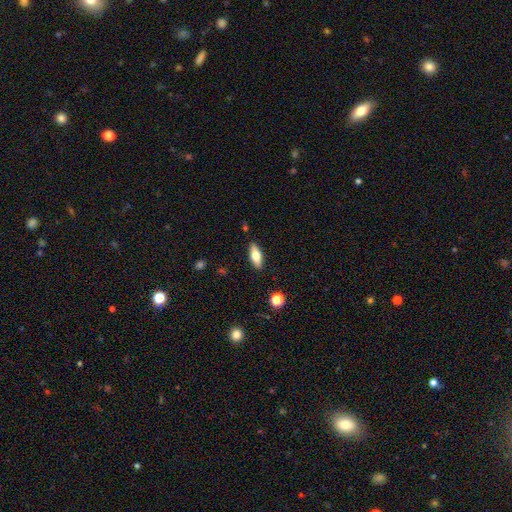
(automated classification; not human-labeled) Smooth or featured?
  - smooth: 65% *
  - featured or disk: 28%
  - star or artifact: 7%
How rounded?
  - in between: 67% *
  - cigar-shaped: 30%
  - round: 3%
Merging?
  - none: 88% *
  - minor disturbance: 9%
  - major disturbance: 2%
  - merger: 1%